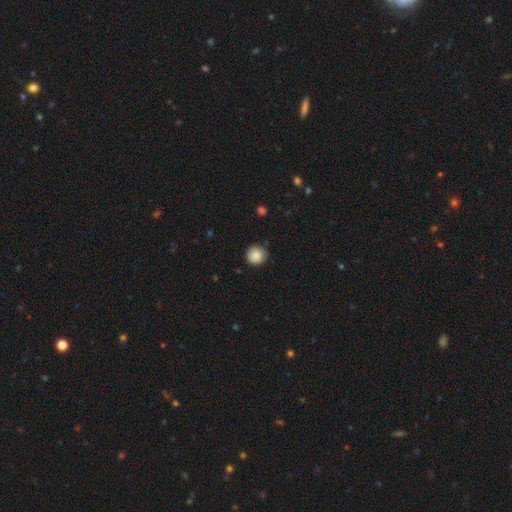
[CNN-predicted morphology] This appears to be a smooth galaxy with no disk features (87%) that is round (93%). Merging: none (84%).